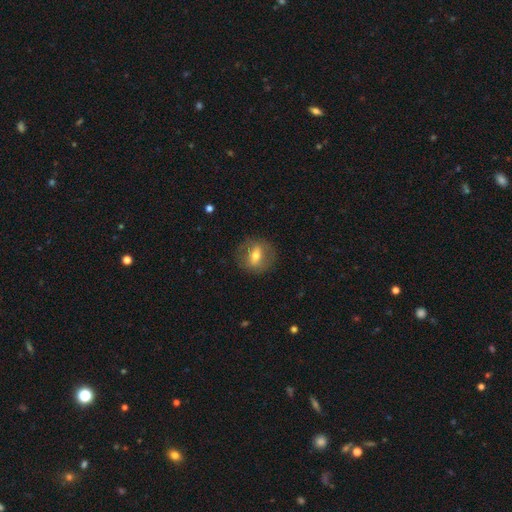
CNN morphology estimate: Smooth or featured? featured or disk (46%, tied with smooth)
Merging? none (81%)